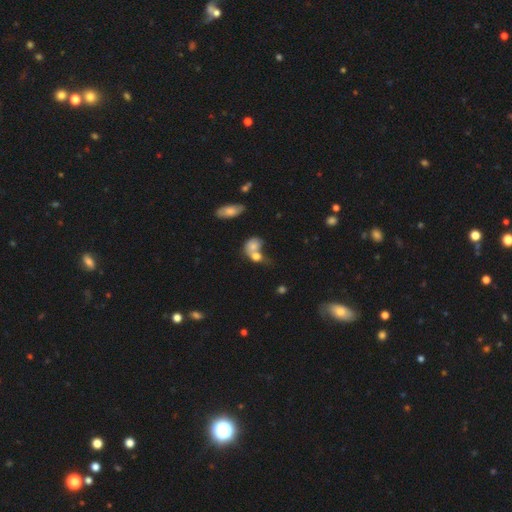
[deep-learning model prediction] Smooth or featured?
  - smooth: 71% *
  - featured or disk: 18%
  - star or artifact: 12%
How rounded?
  - in between: 54% *
  - round: 43%
  - cigar-shaped: 3%
Merging?
  - merger: 61% *
  - none: 22%
  - minor disturbance: 9%
  - major disturbance: 8%